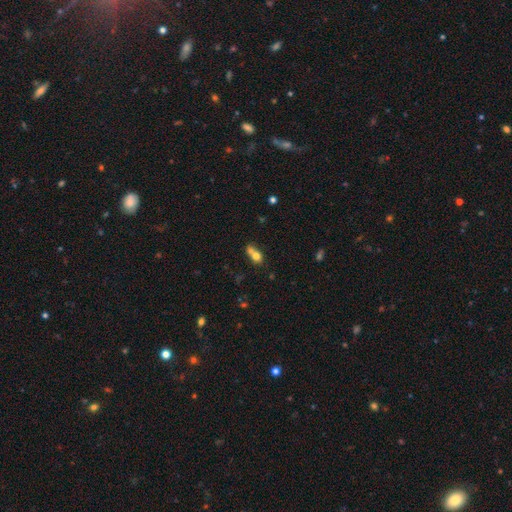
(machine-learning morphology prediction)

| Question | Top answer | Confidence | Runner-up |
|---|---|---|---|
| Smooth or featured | smooth | 71% | featured or disk (16%) |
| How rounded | round | 55% | in between (42%) |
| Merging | merger | 60% | none (28%) |